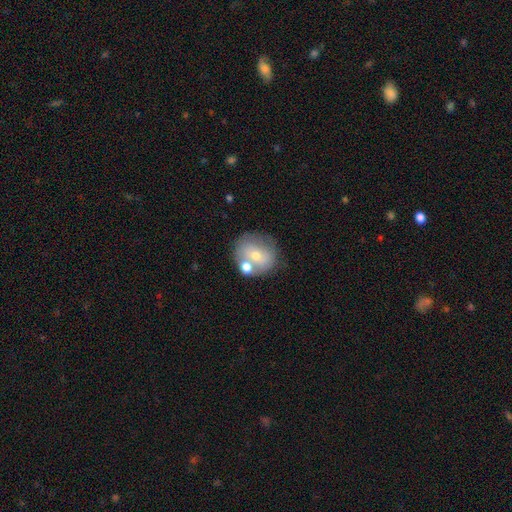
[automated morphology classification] smooth 56%, featured or disk 34%, star or artifact 10%. Down the decision tree: how rounded — round (81%); merging — none (52%).